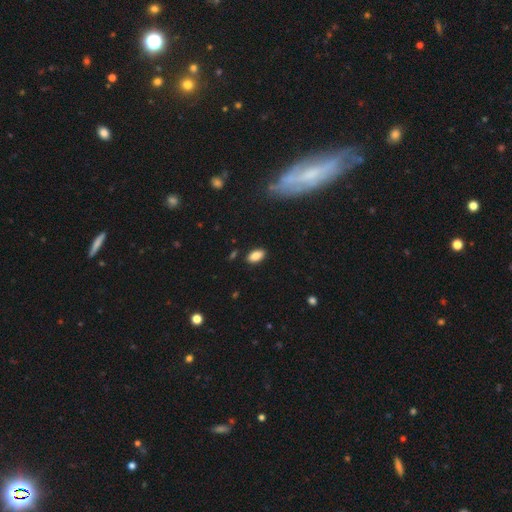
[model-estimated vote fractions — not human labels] The model was most divided on "smooth or featured": smooth: 85%, star or artifact: 8%, featured or disk: 7%. More confident: how rounded — in between (93%); merging — none (87%).